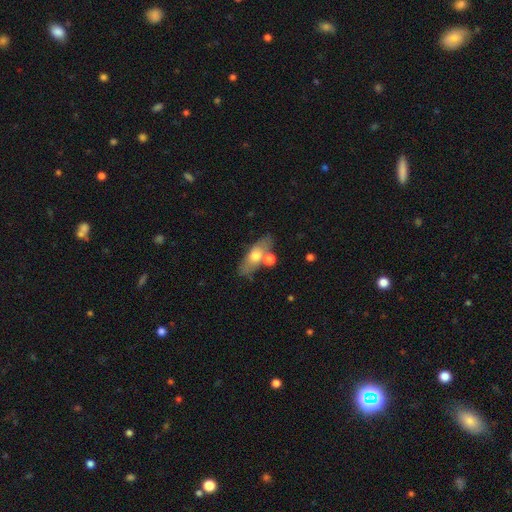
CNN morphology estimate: Overall: smooth (59%; featured or disk 34%). How rounded: in between (67%). Merging: none (64%).